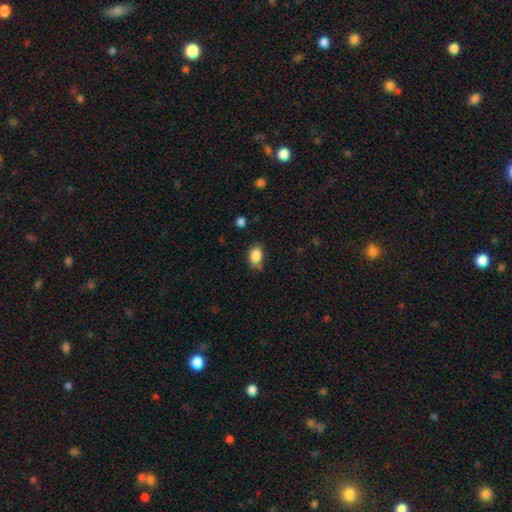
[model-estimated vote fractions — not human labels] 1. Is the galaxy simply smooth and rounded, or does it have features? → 87% smooth, 8% star or artifact, 5% featured or disk.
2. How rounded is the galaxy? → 82% in between, 16% round, 1% cigar-shaped.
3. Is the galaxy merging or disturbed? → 73% none, 21% minor disturbance, 4% major disturbance, 2% merger.